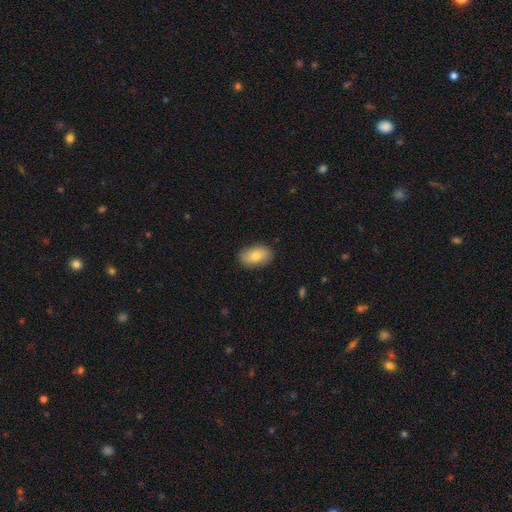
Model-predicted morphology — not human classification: Q: Smooth or featured?
A: smooth (78%); runner-up: featured or disk (15%)
Q: How rounded?
A: in between (92%); runner-up: round (6%)
Q: Merging?
A: none (87%); runner-up: minor disturbance (10%)